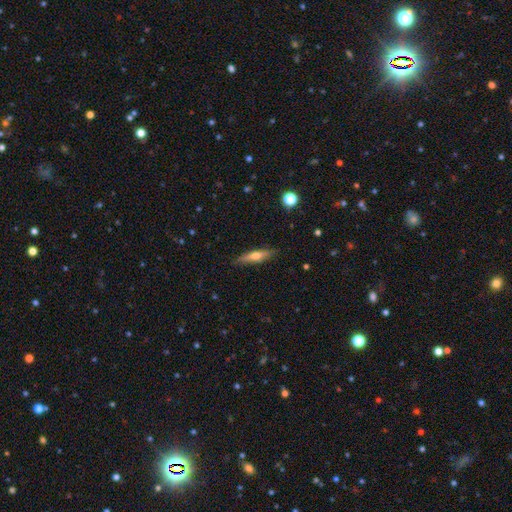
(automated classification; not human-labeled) A featured or disk galaxy (50%). Merging: none (87%).